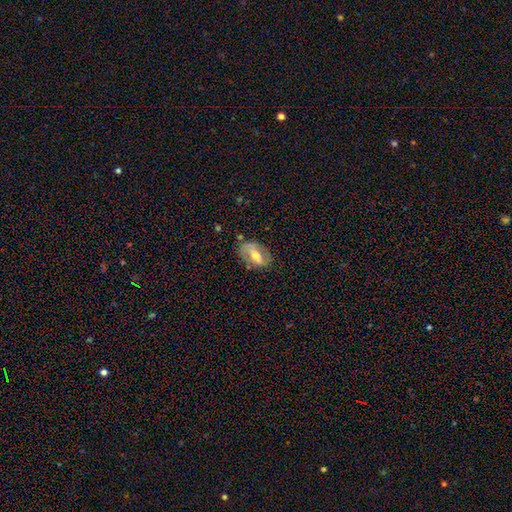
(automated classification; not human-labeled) This appears to be a featured or disk galaxy (59%) with a strong bar (45%), spiral arms (56%) and a moderate central bulge (68%). Merging: none (71%).